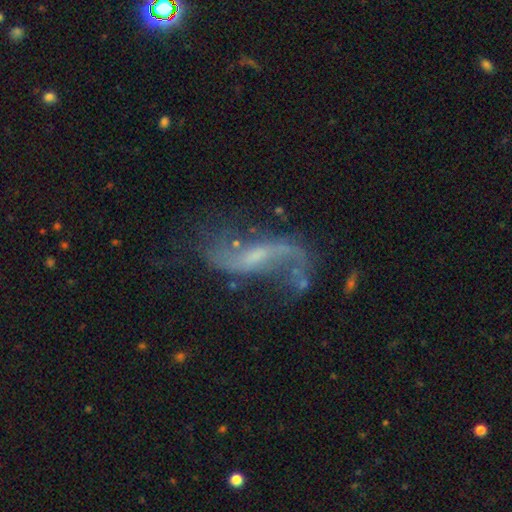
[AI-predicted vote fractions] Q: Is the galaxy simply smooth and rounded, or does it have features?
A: featured or disk — 84%.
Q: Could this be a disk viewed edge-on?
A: no — 94%.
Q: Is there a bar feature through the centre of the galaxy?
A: weak — 49%.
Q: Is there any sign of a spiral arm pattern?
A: yes — 91%.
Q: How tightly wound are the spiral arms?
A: loose — 87%.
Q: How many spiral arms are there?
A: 2 — 84%.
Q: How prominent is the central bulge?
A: small — 54%.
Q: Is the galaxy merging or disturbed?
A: none — 53%.